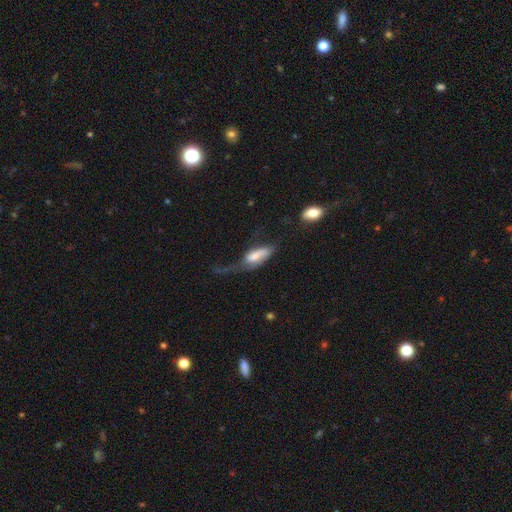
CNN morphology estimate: Smooth or featured: smooth — 60% (featured or disk — 33%)
How rounded: in between — 78% (cigar-shaped — 19%)
Merging: major disturbance — 56% (minor disturbance — 19%)